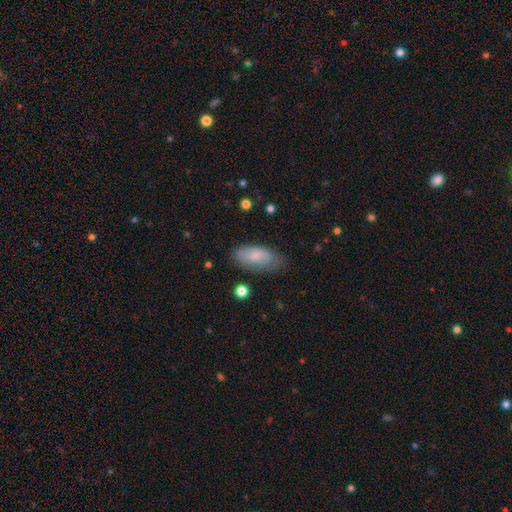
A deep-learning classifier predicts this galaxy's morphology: type=smooth (76%); roundness=in between (90%); merging=none (67%).